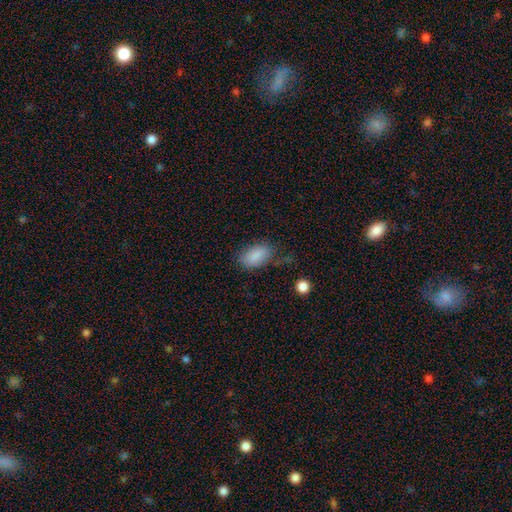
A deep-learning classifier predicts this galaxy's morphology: smooth-or-featured: smooth: 86% | star or artifact: 7% | featured or disk: 6%
  how-rounded: in between: 93% | round: 4% | cigar-shaped: 3%
  merging: none: 68% | minor disturbance: 21% | major disturbance: 7% | merger: 3%